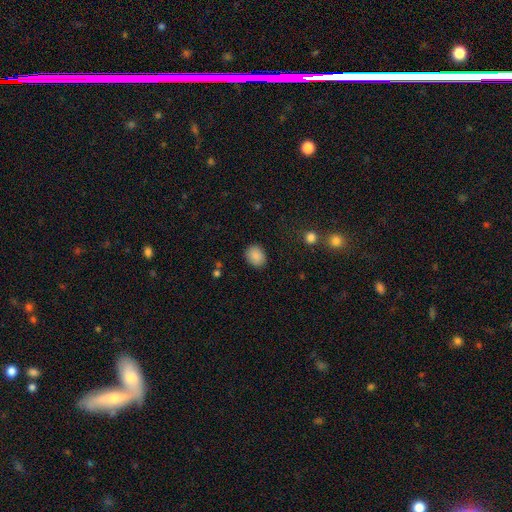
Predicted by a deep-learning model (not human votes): Q: Smooth or featured?
A: smooth (88%); runner-up: star or artifact (8%)
Q: How rounded?
A: round (54%); runner-up: in between (45%)
Q: Merging?
A: none (87%); runner-up: minor disturbance (9%)